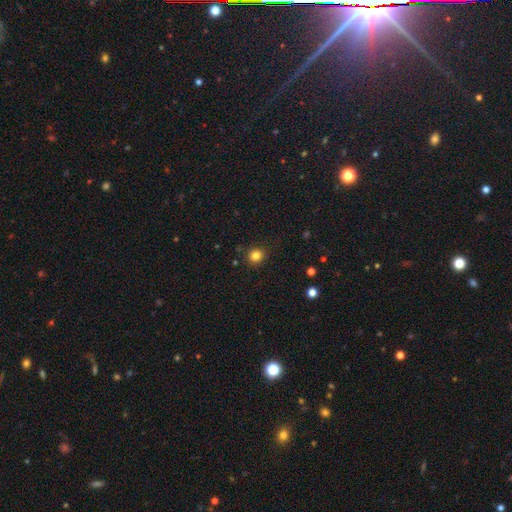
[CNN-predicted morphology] smooth 82%, star or artifact 13%, featured or disk 5%. Down the decision tree: how rounded — round (87%); merging — none (89%).